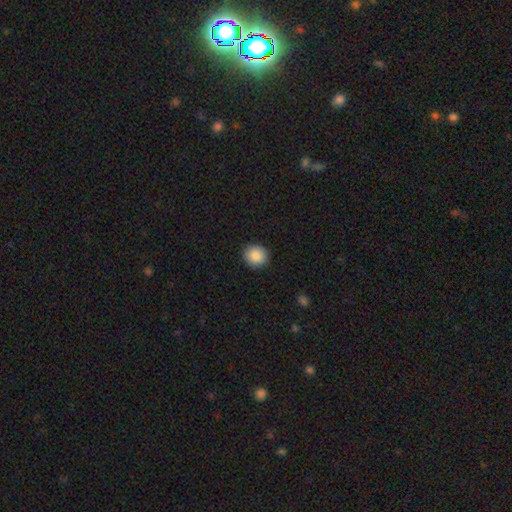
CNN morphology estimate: Q: Smooth or featured?
A: smooth (89%); runner-up: star or artifact (8%)
Q: How rounded?
A: round (86%); runner-up: in between (13%)
Q: Merging?
A: none (91%); runner-up: minor disturbance (6%)